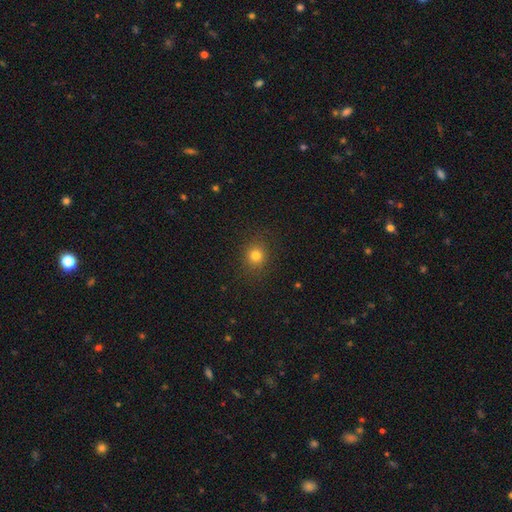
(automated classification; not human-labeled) smooth-or-featured: smooth: 79% | star or artifact: 15% | featured or disk: 6%
  how-rounded: round: 86% | in between: 13% | cigar-shaped: 1%
  merging: none: 89% | minor disturbance: 7% | major disturbance: 3% | merger: 1%